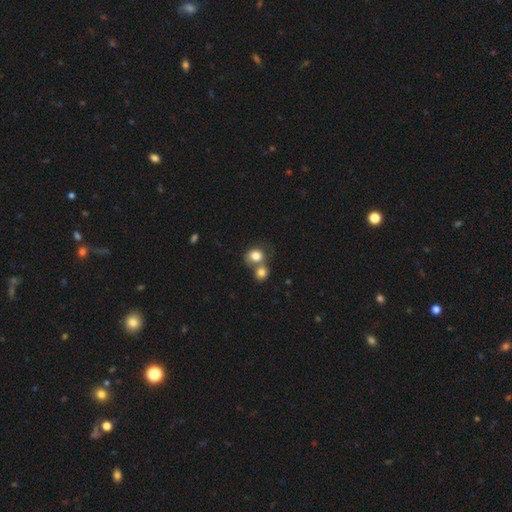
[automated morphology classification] smooth_or_featured: smooth (p=0.81) [alt: star or artifact p=0.10]
how_rounded: round (p=0.67) [alt: in between p=0.32]
merging: merger (p=0.53) [alt: none p=0.34]